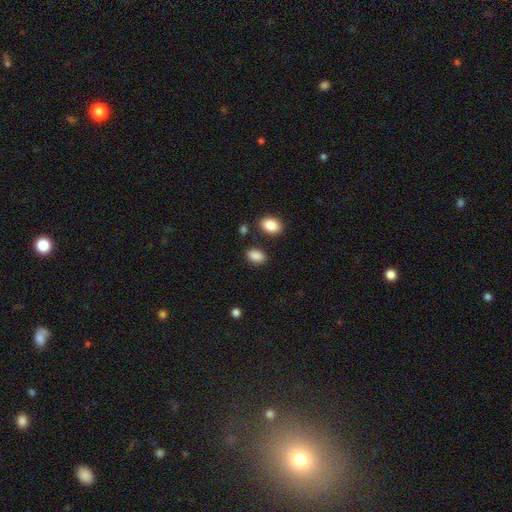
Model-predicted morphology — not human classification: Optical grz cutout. It shows a smooth galaxy with no disk features (89%) that is in between round and cigar-shaped (88%). Merging: none (82%).